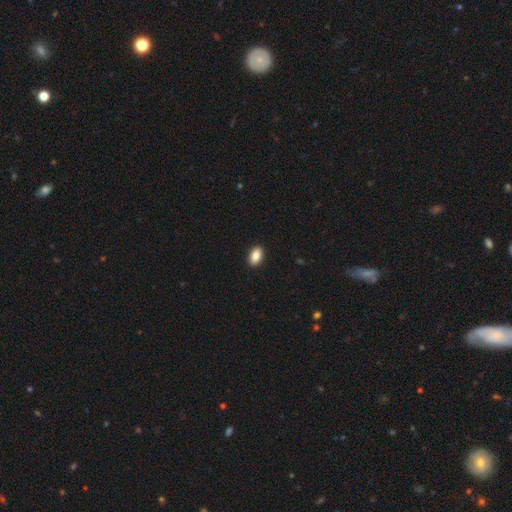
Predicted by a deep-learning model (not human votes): Smooth or featured? Predicted: smooth (p=0.87). How rounded? Predicted: in between (p=0.92). Merging? Predicted: none (p=0.92).